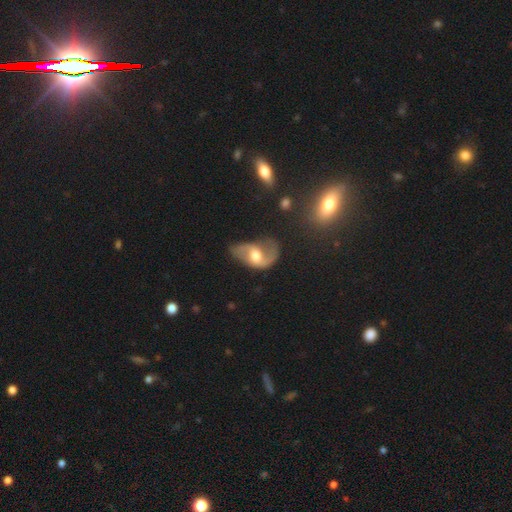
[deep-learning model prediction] smooth_or_featured: featured or disk (p=0.76) [alt: smooth p=0.18]
disk_edge_on: no (p=0.96) [alt: yes p=0.04]
bar: weak (p=0.44) [alt: no p=0.41]
has_spiral_arms: yes (p=0.88) [alt: no p=0.12]
spiral_winding: loose (p=0.57) [alt: medium p=0.34]
spiral_arm_count: 2 (p=0.81) [alt: 1 p=0.10]
bulge_size: moderate (p=0.69) [alt: large p=0.16]
merging: none (p=0.50) [alt: minor disturbance p=0.26]